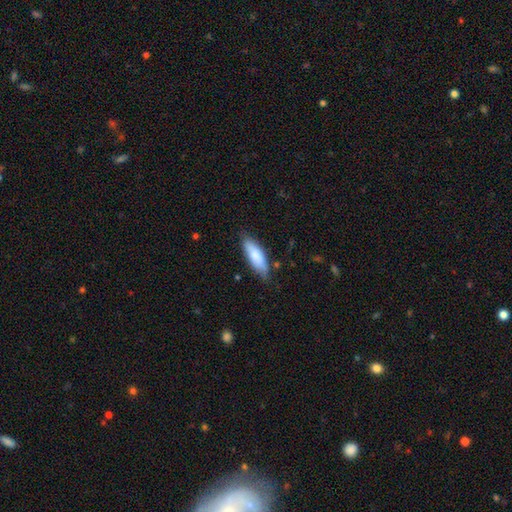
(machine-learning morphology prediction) Smooth or featured? smooth (79%)
How rounded? in between (53%)
Merging? none (76%)